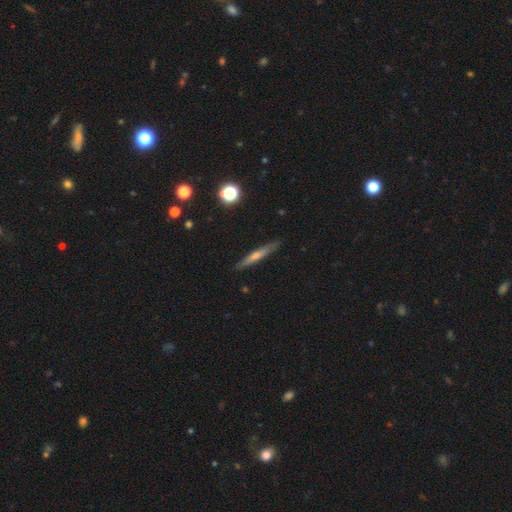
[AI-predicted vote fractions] Smooth or featured? featured or disk (51%)
Edge-on disk? yes (94%)
Merging? none (89%)